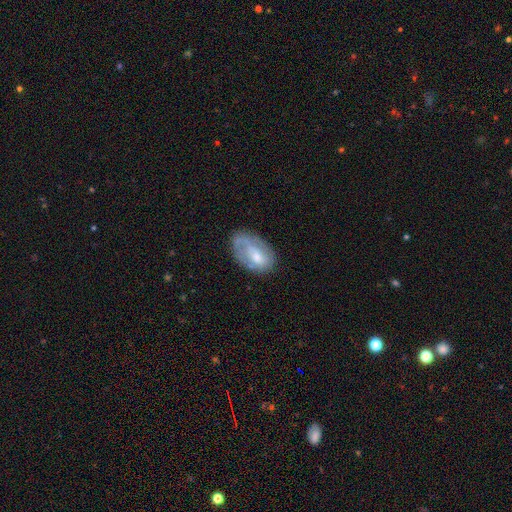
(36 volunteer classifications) This is likely a smooth galaxy (72%). How rounded: clearly in between (96%). Merging: possibly none (50%).